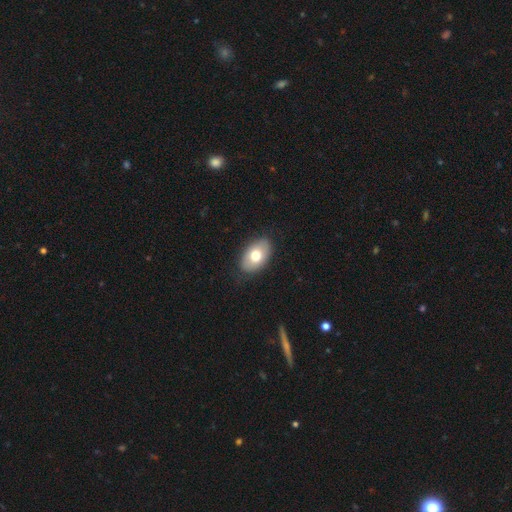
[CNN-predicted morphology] smooth-or-featured: smooth: 71% | featured or disk: 22% | star or artifact: 7%
  how-rounded: in between: 91% | round: 8% | cigar-shaped: 1%
  merging: none: 84% | minor disturbance: 12% | major disturbance: 3% | merger: 1%